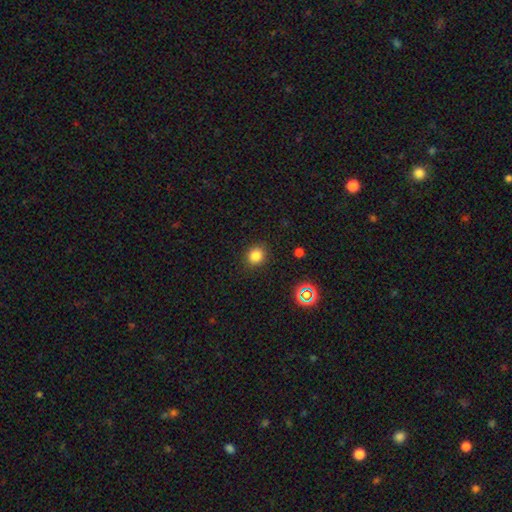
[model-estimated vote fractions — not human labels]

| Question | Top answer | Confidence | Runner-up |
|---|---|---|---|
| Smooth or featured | smooth | 82% | star or artifact (14%) |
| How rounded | round | 78% | in between (21%) |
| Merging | none | 88% | minor disturbance (8%) |